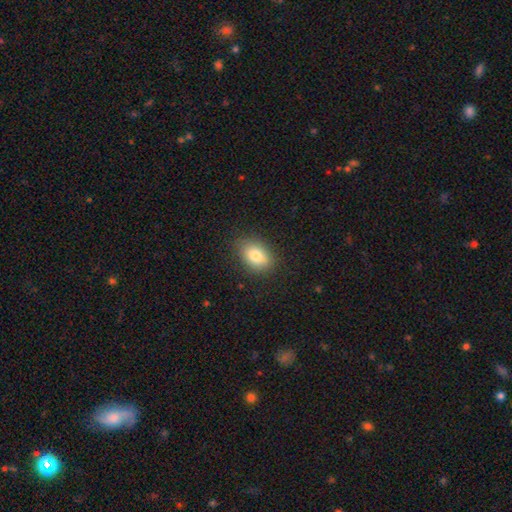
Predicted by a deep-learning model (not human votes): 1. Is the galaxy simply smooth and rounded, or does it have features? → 81% smooth, 10% featured or disk, 9% star or artifact.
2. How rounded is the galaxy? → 76% in between, 22% round, 1% cigar-shaped.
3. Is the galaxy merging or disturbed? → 83% none, 12% minor disturbance, 3% major disturbance, 1% merger.